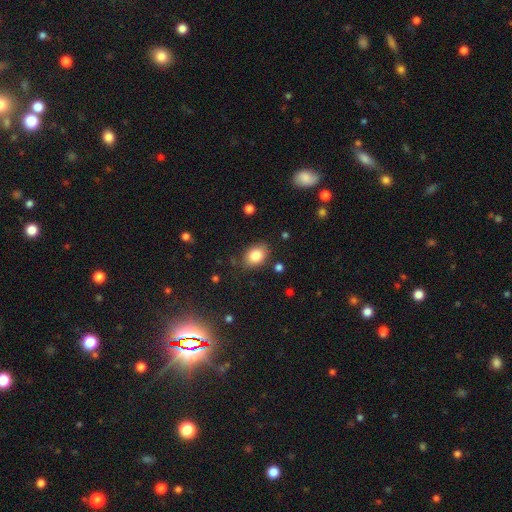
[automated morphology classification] Smooth or featured: smooth — 83% (star or artifact — 9%)
How rounded: in between — 76% (round — 22%)
Merging: none — 82% (minor disturbance — 13%)